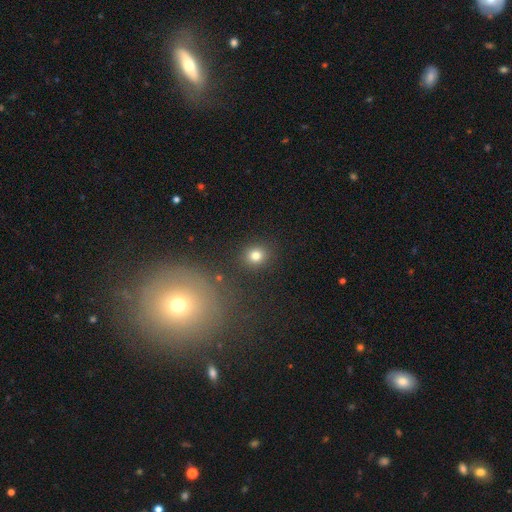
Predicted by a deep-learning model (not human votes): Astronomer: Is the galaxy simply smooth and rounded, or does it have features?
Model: smooth — 80%.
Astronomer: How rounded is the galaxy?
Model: round — 83%.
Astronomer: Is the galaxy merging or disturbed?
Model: none — 88%.